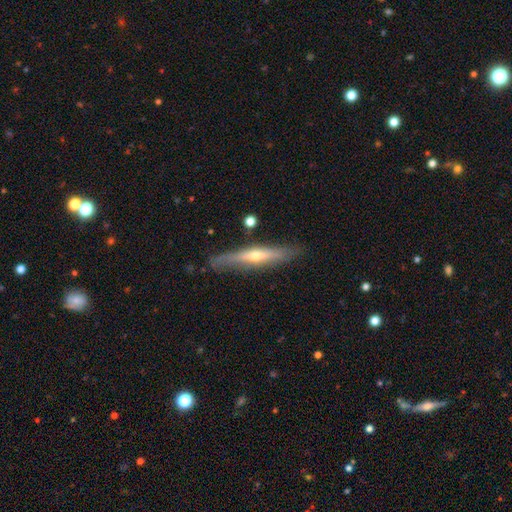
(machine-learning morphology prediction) The model was most divided on "smooth or featured": featured or disk: 64%, smooth: 30%, star or artifact: 6%. More confident: edge-on disk — yes (91%); merging — none (82%); edge-on bulge — rounded (81%).